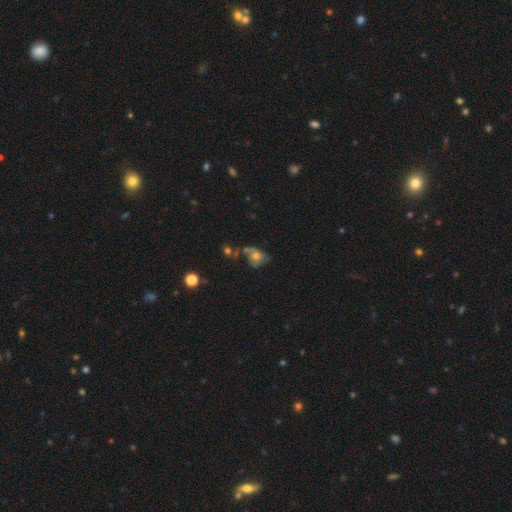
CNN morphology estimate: Smooth or featured?
  - smooth: 50% *
  - featured or disk: 37%
  - star or artifact: 13%
How rounded?
  - in between: 60% *
  - round: 38%
  - cigar-shaped: 2%
Merging?
  - none: 30% *
  - major disturbance: 28%
  - minor disturbance: 24%
  - merger: 18%